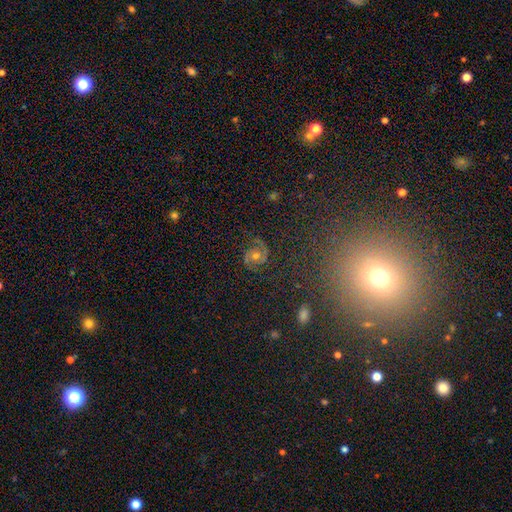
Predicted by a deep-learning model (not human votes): Smooth or featured: featured or disk — 77% (smooth — 12%)
Edge-on disk: no — 98% (yes — 2%)
Bar: no — 71% (weak — 23%)
Spiral arms: yes — 95% (no — 5%)
Spiral winding: medium — 50% (tight — 36%)
Spiral arm count: 2 — 89% (can't tell — 4%)
Bulge size: moderate — 70% (small — 19%)
Merging: none — 78% (minor disturbance — 14%)